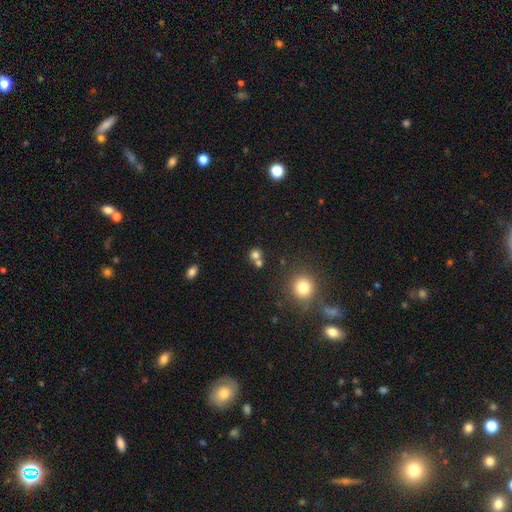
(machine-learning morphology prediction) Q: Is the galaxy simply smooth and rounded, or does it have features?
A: smooth — 74%.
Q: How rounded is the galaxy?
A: round — 86%.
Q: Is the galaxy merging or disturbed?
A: none — 57%.